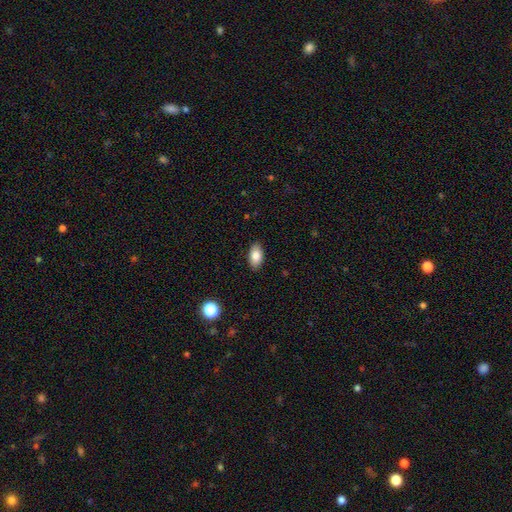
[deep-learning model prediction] smooth 84%, featured or disk 9%, star or artifact 7%. Down the decision tree: how rounded — in between (93%); merging — none (89%).